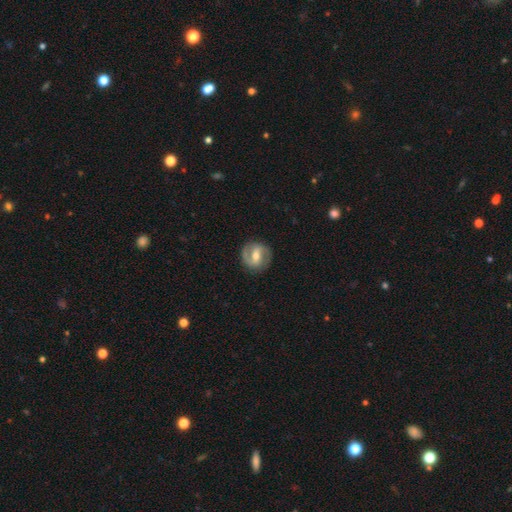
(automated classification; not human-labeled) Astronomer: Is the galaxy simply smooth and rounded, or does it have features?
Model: featured or disk — 72%.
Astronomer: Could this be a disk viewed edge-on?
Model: no — 96%.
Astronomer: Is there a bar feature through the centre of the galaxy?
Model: weak — 43% (runner-up: strong, 41%).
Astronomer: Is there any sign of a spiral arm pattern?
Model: yes — 82%.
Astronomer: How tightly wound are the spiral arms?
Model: medium — 46% (runner-up: tight, 33%).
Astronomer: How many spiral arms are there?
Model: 2 — 86%.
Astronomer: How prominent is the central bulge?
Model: moderate — 64%.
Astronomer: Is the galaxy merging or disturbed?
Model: none — 84%.